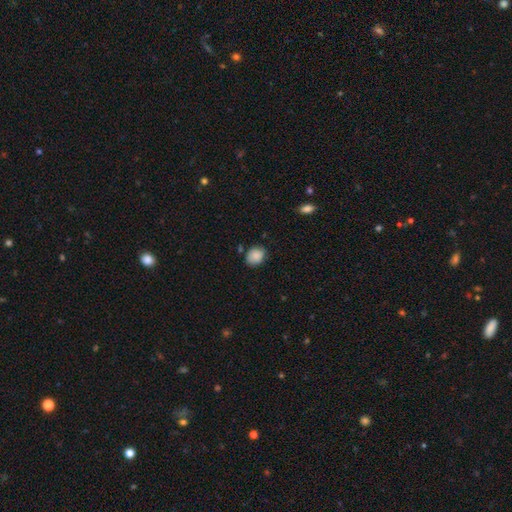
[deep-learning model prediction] Smooth or featured? smooth (88%)
How rounded? round (52%)
Merging? none (77%)